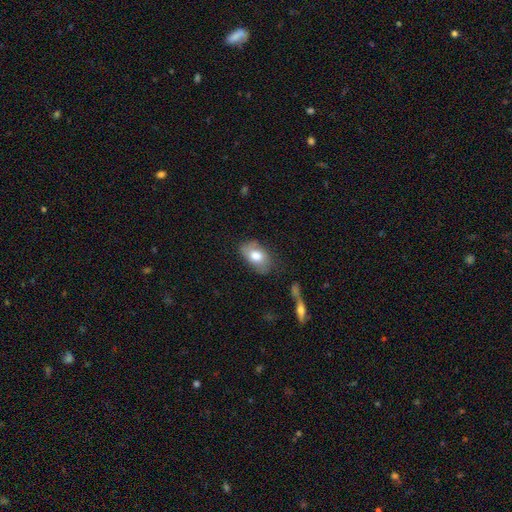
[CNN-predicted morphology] The model was most divided on "merging": none: 65%, minor disturbance: 25%, major disturbance: 8%, merger: 3%. More confident: how rounded — in between (89%); smooth or featured — smooth (72%).